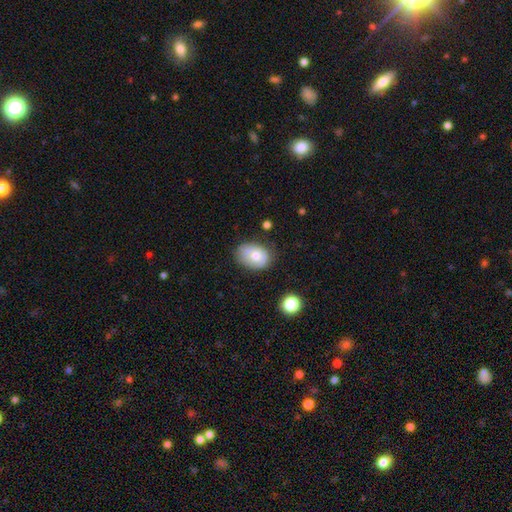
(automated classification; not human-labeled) smooth 66%, featured or disk 25%, star or artifact 8%. Down the decision tree: how rounded — in between (71%); merging — none (69%).